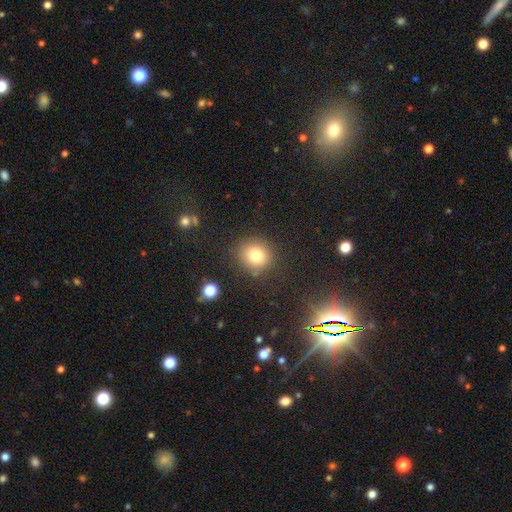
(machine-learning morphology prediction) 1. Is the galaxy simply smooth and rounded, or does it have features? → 79% smooth, 13% star or artifact, 8% featured or disk.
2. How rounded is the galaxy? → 83% round, 16% in between, 1% cigar-shaped.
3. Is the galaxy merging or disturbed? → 83% none, 10% minor disturbance, 4% major disturbance, 3% merger.